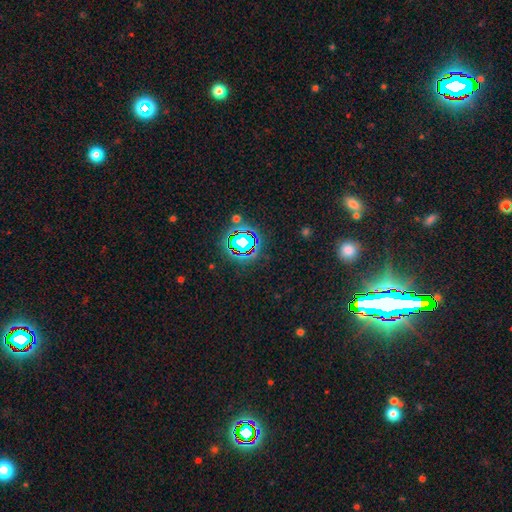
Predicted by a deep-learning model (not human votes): star or artifact 81%, smooth 11%, featured or disk 8%.